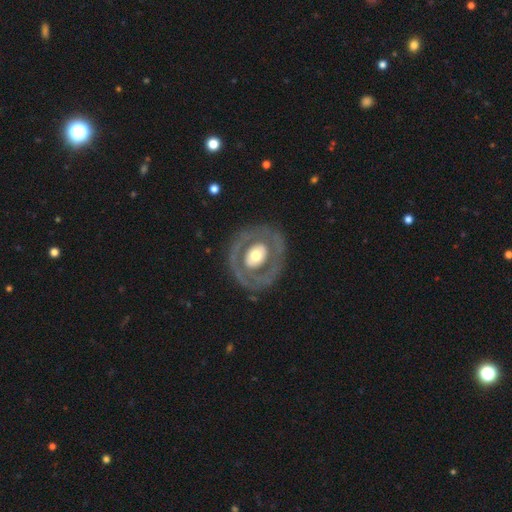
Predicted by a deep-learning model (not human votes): Q: Smooth or featured?
A: featured or disk (67%); runner-up: smooth (28%)
Q: Edge-on disk?
A: no (95%); runner-up: yes (5%)
Q: Bar?
A: no (75%); runner-up: weak (16%)
Q: Spiral arms?
A: no (72%); runner-up: yes (28%)
Q: Bulge size?
A: moderate (57%); runner-up: large (32%)
Q: Merging?
A: none (77%); runner-up: minor disturbance (13%)